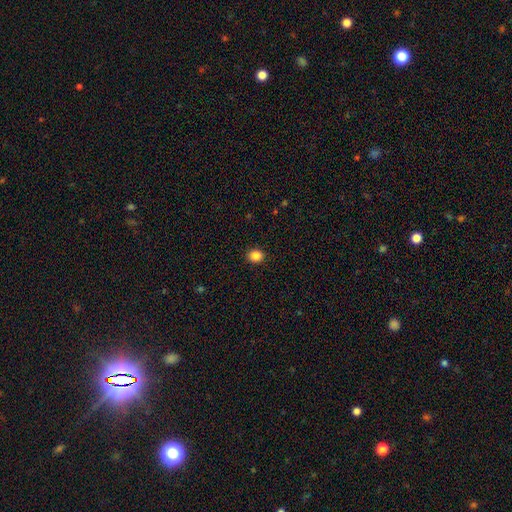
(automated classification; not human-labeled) The model was most divided on "how rounded": round: 72%, in between: 27%, cigar-shaped: 1%. More confident: merging — none (91%); smooth or featured — smooth (86%).